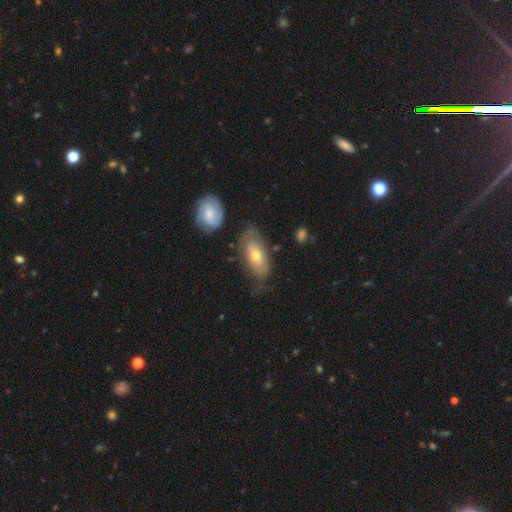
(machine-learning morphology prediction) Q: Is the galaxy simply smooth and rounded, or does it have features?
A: featured or disk — 51%.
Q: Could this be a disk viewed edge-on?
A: no — 85%.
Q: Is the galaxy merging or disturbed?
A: none — 60%.